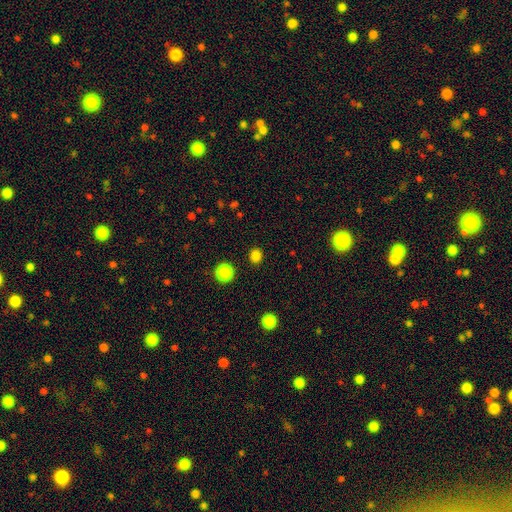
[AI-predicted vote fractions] Smooth or featured: smooth — 81% (star or artifact — 16%)
How rounded: round — 81% (in between — 18%)
Merging: none — 90% (minor disturbance — 6%)